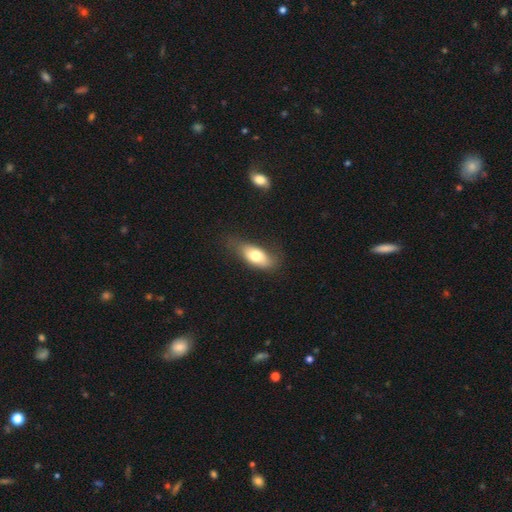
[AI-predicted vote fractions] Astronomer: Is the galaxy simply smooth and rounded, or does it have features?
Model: smooth — 71%.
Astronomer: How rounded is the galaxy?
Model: in between — 85%.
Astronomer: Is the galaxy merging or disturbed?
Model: none — 62%.